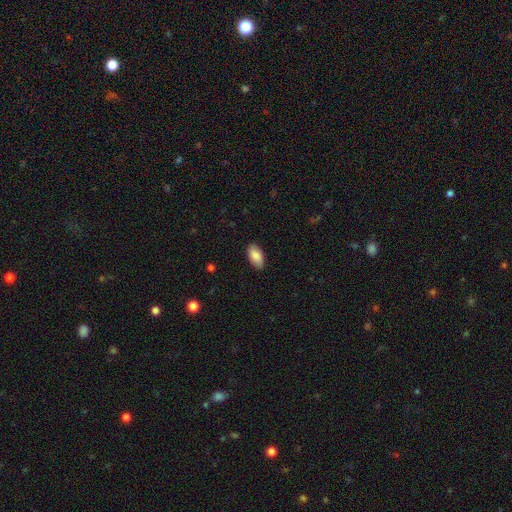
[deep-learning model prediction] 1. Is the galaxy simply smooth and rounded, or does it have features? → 87% smooth, 6% featured or disk, 6% star or artifact.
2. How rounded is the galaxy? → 95% in between, 3% cigar-shaped, 2% round.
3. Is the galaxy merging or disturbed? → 88% none, 9% minor disturbance, 2% major disturbance, 1% merger.